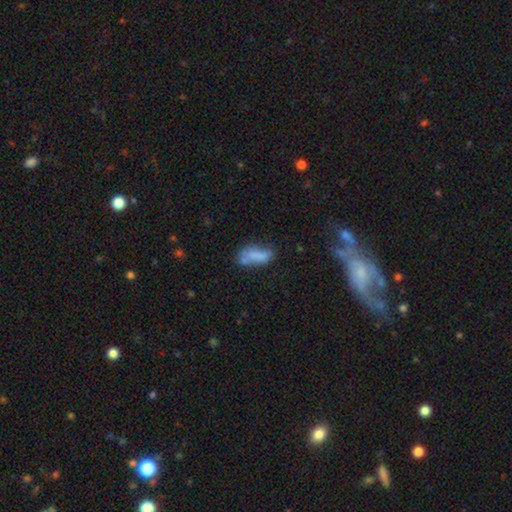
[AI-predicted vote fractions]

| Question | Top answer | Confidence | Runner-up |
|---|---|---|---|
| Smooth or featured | smooth | 65% | featured or disk (24%) |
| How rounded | in between | 78% | cigar-shaped (19%) |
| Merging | none | 40% | minor disturbance (28%) |